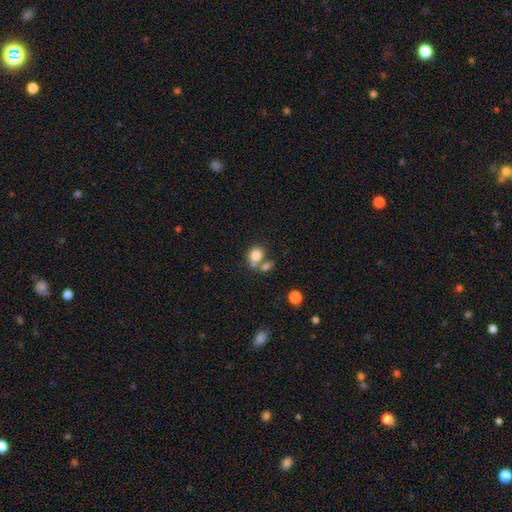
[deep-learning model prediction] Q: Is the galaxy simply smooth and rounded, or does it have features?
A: smooth — 81%.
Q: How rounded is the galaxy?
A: round — 61%.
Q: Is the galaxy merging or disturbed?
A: merger — 42%.